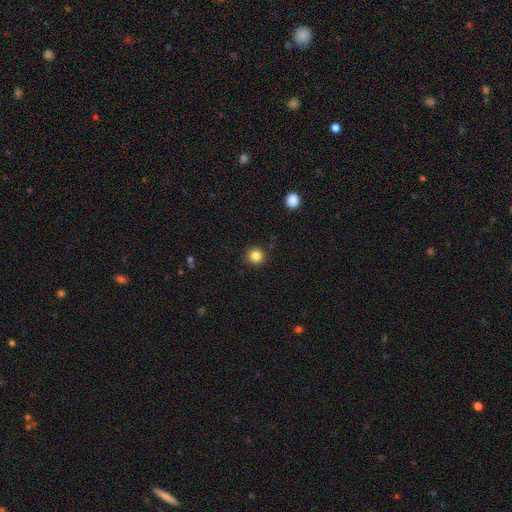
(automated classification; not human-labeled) Smooth or featured? Predicted: smooth (p=0.84). How rounded? Predicted: round (p=0.95). Merging? Predicted: none (p=0.92).